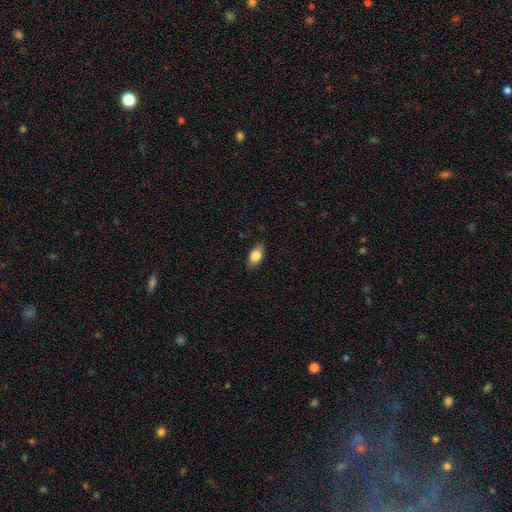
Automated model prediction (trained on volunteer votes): Overall: smooth (80%). How rounded: in between (89%). Merging: none (82%).